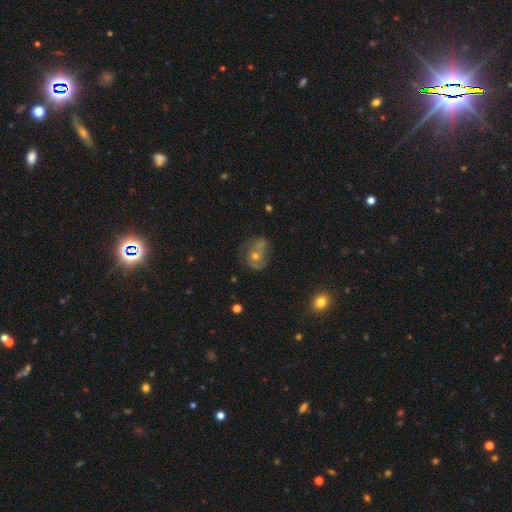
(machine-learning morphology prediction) A featured or disk galaxy (53%) with no bar (78%), spiral arms (62%) and a moderate central bulge (57%). Merging: none (54%).